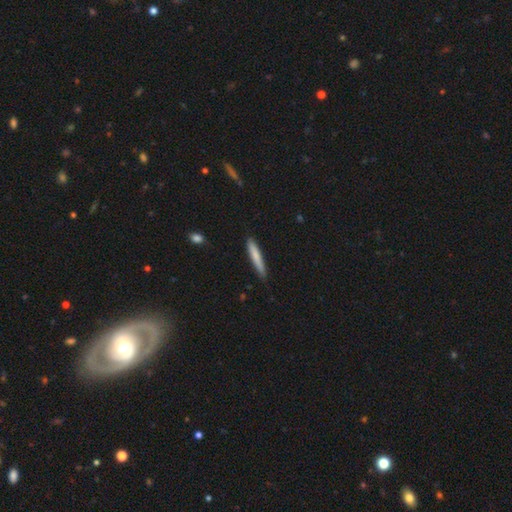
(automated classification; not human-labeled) This appears to be a smooth galaxy with no disk features (77%) that is cigar-shaped (94%). Merging: none (84%).